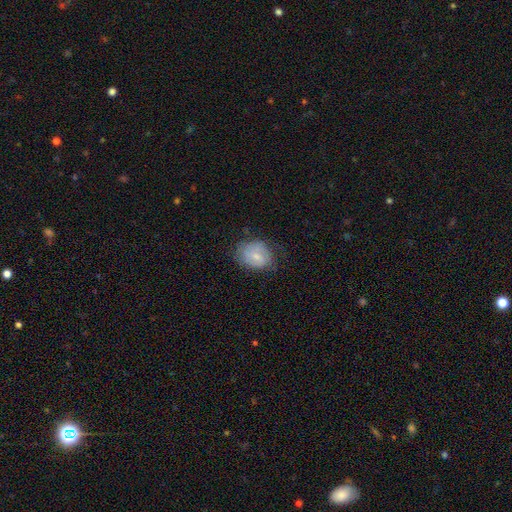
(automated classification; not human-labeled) The model was most divided on "how rounded": in between: 57%, round: 42%, cigar-shaped: 1%. More confident: merging — none (62%); smooth or featured — smooth (58%).